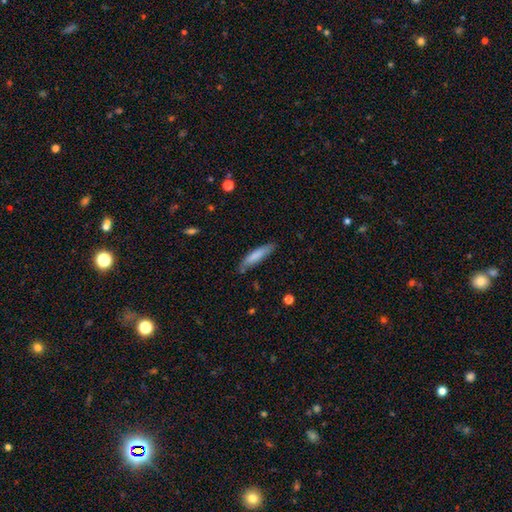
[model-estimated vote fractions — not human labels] This appears to be a smooth galaxy with no disk features (79%) that is cigar-shaped (82%). Merging: none (81%).